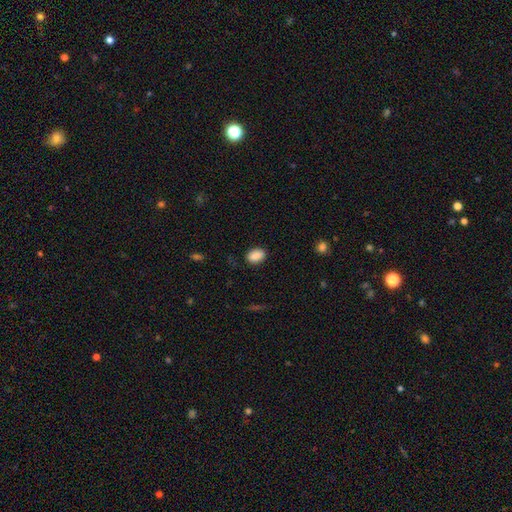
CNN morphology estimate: Smooth or featured: smooth — 88% (star or artifact — 8%)
How rounded: in between — 81% (round — 18%)
Merging: none — 86% (minor disturbance — 10%)